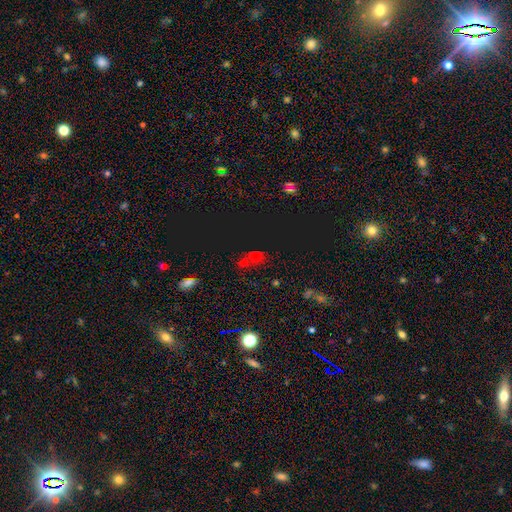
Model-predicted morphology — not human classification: Smooth or featured?
  - star or artifact: 50% *
  - smooth: 40%
  - featured or disk: 10%